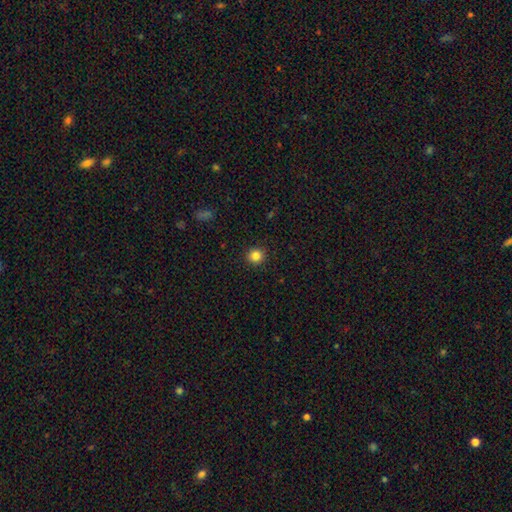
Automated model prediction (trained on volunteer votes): Overall: smooth (84%). How rounded: round (92%). Merging: none (92%).